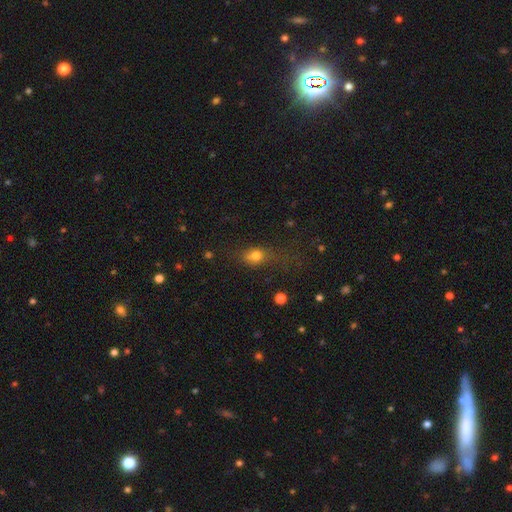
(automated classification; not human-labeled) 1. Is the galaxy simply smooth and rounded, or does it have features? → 72% smooth, 15% star or artifact, 12% featured or disk.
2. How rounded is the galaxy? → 48% round, 45% in between, 7% cigar-shaped.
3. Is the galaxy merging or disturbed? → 50% none, 23% minor disturbance, 20% major disturbance, 8% merger.